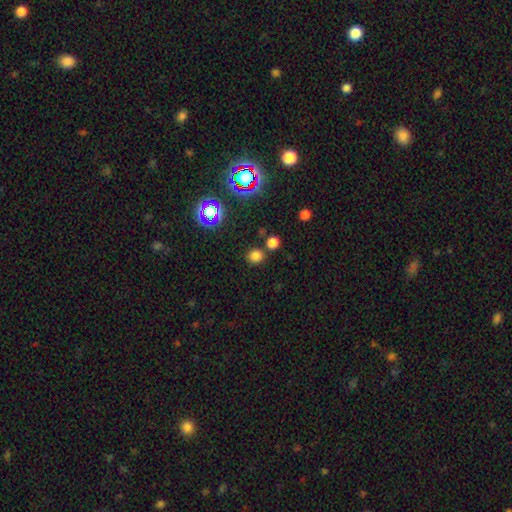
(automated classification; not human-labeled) Q: Smooth or featured?
A: smooth (73%); runner-up: star or artifact (22%)
Q: How rounded?
A: round (86%); runner-up: in between (13%)
Q: Merging?
A: none (77%); runner-up: merger (12%)